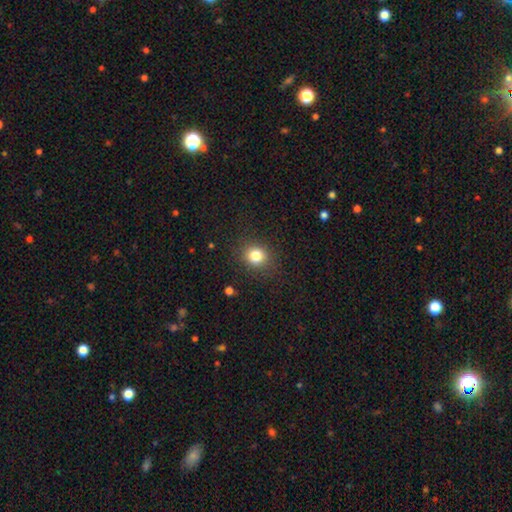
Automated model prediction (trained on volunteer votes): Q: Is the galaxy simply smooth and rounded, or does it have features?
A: smooth — 82%.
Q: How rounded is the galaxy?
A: round — 78%.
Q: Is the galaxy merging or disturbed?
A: none — 88%.